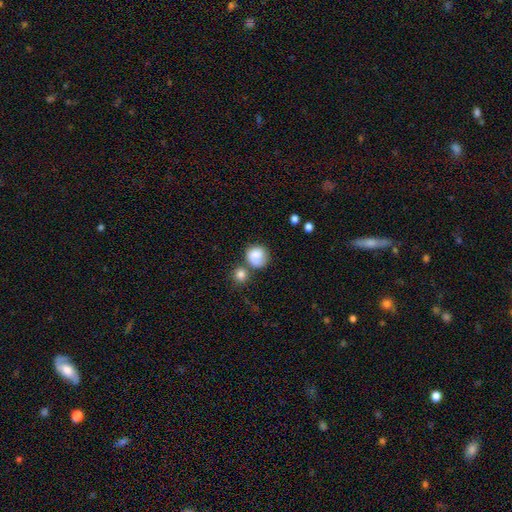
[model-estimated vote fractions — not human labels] Morphology: type=smooth (80%); roundness=round (85%); merging=none (51%).